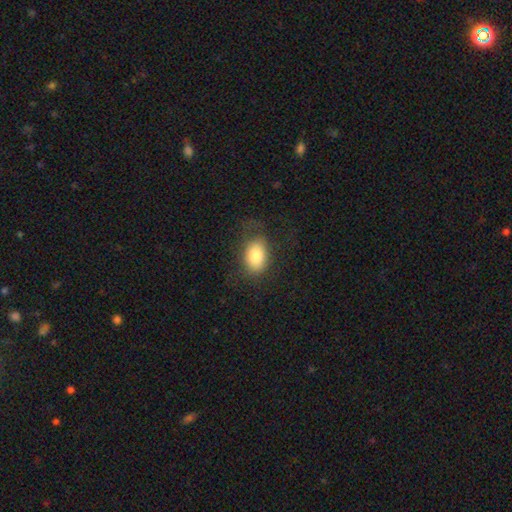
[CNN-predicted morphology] This is clearly a smooth galaxy (81%). How rounded: clearly in between (81%). Merging: likely none (71%).